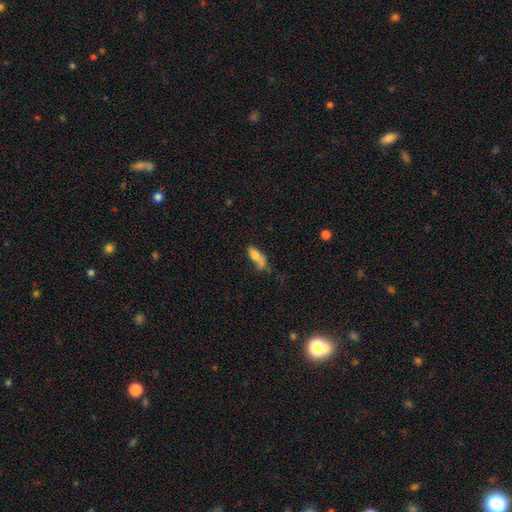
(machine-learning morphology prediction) type=smooth (72%); roundness=in between (73%); merging=none (32%).